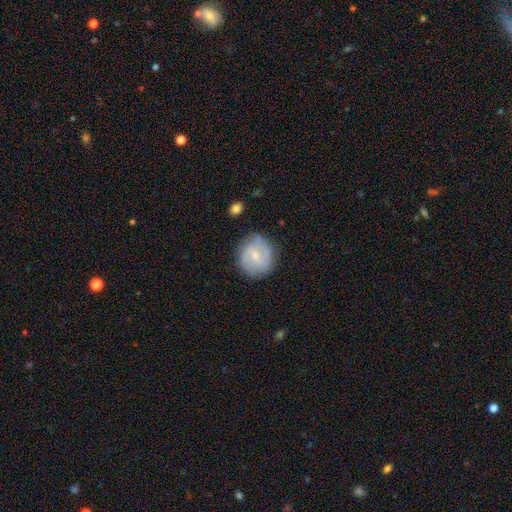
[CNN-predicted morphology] featured or disk 51%, smooth 42%, star or artifact 7%. Down the decision tree: edge-on disk — no (97%); merging — none (74%).